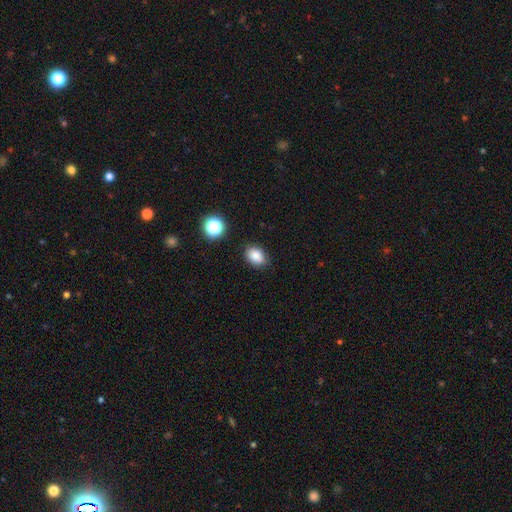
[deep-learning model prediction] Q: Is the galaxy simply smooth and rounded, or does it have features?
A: smooth — 85%.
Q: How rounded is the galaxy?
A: in between — 75%.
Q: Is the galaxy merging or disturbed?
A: none — 83%.